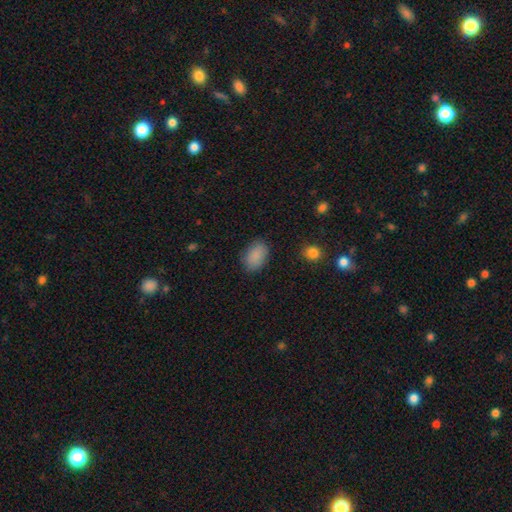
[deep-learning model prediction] A smooth galaxy with no disk features (88%) that is in between round and cigar-shaped (86%).

Vote fractions:
- Smooth or featured? smooth: 88% / star or artifact: 8% / featured or disk: 4%
- How rounded? in between: 86% / round: 13% / cigar-shaped: 1%
- Merging? none: 84% / minor disturbance: 12% / major disturbance: 3% / merger: 1%